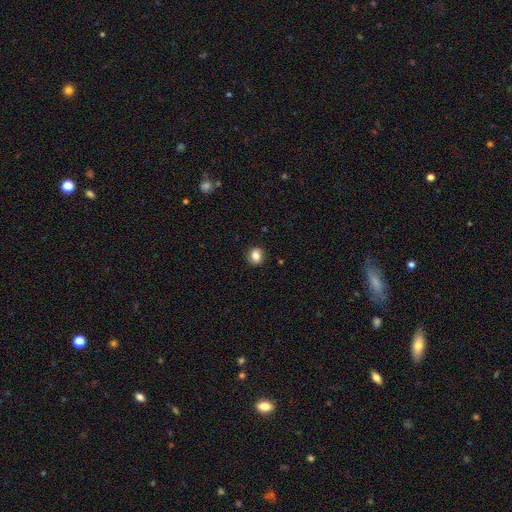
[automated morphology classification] Smooth or featured?
  - smooth: 83% *
  - star or artifact: 10%
  - featured or disk: 7%
How rounded?
  - round: 66% *
  - in between: 33%
  - cigar-shaped: 1%
Merging?
  - none: 89% *
  - minor disturbance: 8%
  - major disturbance: 2%
  - merger: 1%